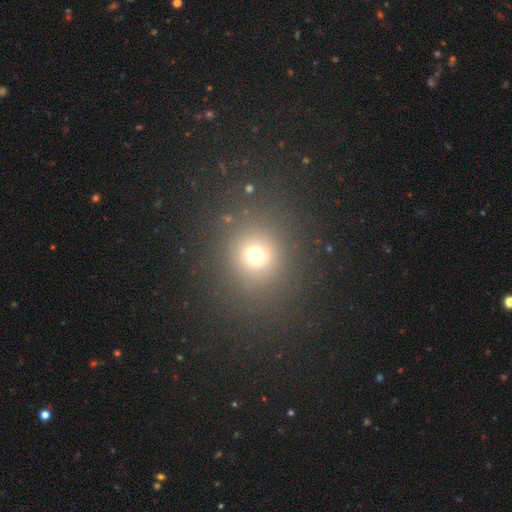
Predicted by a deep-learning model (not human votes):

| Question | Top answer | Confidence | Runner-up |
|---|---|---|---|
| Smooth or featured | smooth | 69% | star or artifact (22%) |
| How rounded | round | 87% | in between (12%) |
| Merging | none | 83% | minor disturbance (8%) |